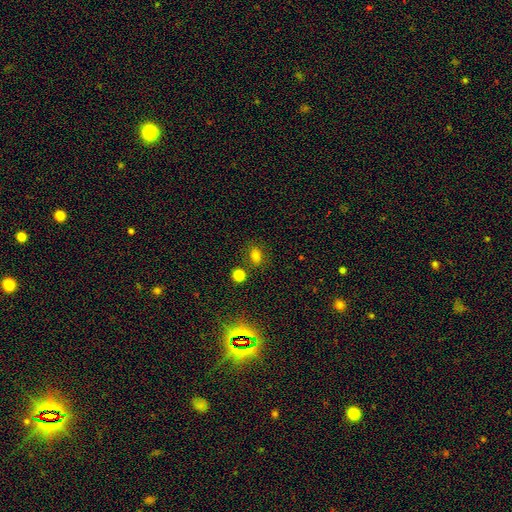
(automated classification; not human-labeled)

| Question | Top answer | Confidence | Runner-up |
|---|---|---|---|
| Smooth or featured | smooth | 77% | star or artifact (16%) |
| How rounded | in between | 64% | round (34%) |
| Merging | none | 76% | minor disturbance (12%) |